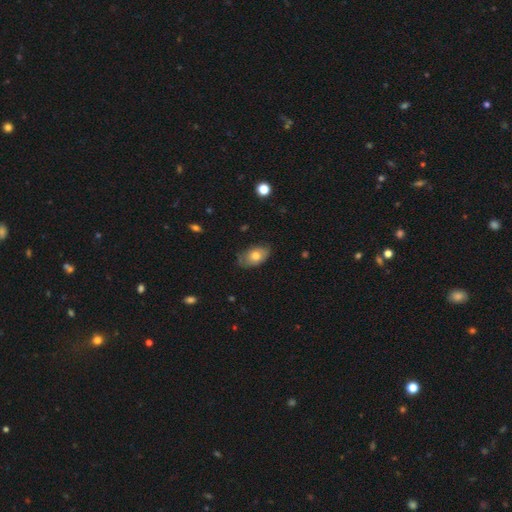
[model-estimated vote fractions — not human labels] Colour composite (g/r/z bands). It shows a smooth galaxy with no disk features (69%) that is in between round and cigar-shaped (91%). Merging: none (66%).